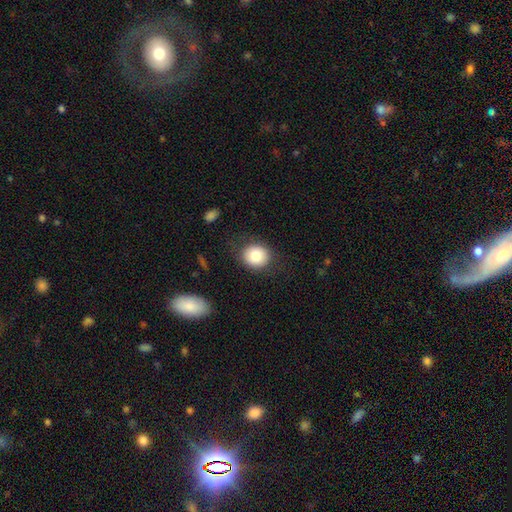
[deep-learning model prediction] Smooth or featured? smooth (80%)
How rounded? round (79%)
Merging? none (82%)